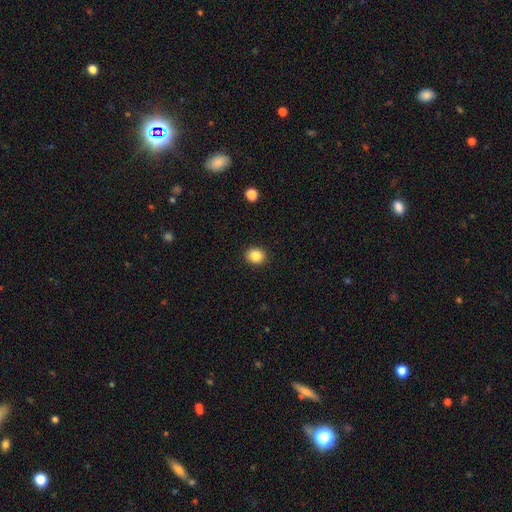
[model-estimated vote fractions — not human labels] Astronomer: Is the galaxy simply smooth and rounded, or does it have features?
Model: smooth — 85%.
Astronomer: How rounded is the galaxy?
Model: round — 80%.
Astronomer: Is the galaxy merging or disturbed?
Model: none — 92%.